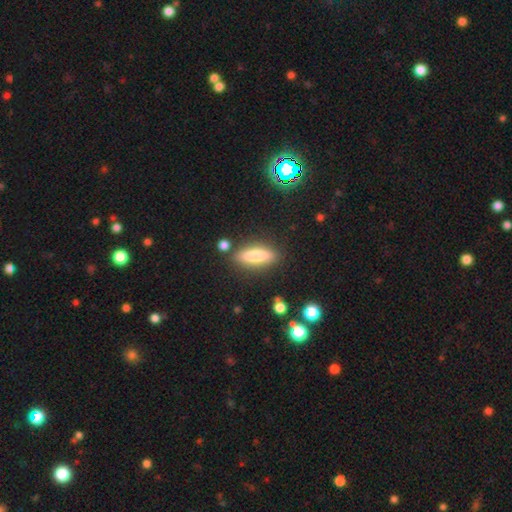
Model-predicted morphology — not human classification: smooth_or_featured: smooth (p=0.74) [alt: featured or disk p=0.19]
how_rounded: cigar-shaped (p=0.51) [alt: in between p=0.46]
merging: none (p=0.82) [alt: minor disturbance p=0.11]